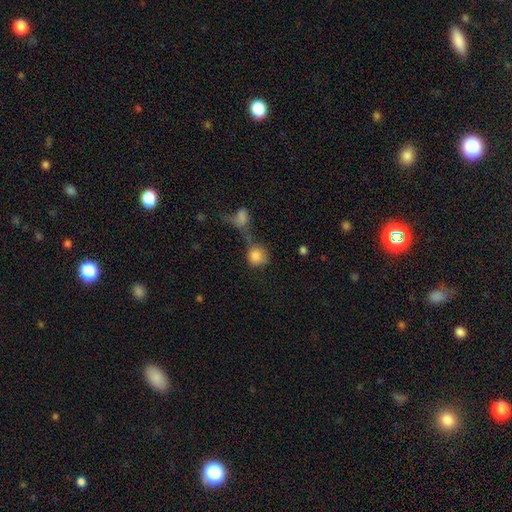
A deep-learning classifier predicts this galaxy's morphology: smooth-or-featured: smooth: 81% | featured or disk: 10% | star or artifact: 9%
  how-rounded: round: 81% | in between: 18% | cigar-shaped: 2%
  merging: merger: 44% | none: 31% | major disturbance: 13% | minor disturbance: 12%